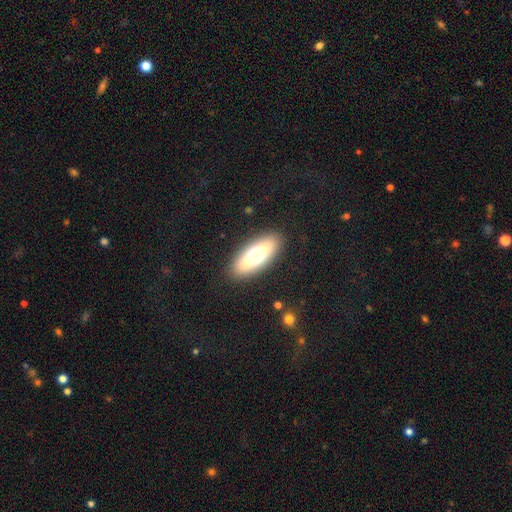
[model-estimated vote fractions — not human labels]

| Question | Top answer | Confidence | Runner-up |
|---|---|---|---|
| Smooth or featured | smooth | 62% | featured or disk (30%) |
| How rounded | in between | 66% | cigar-shaped (31%) |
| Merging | none | 88% | minor disturbance (8%) |